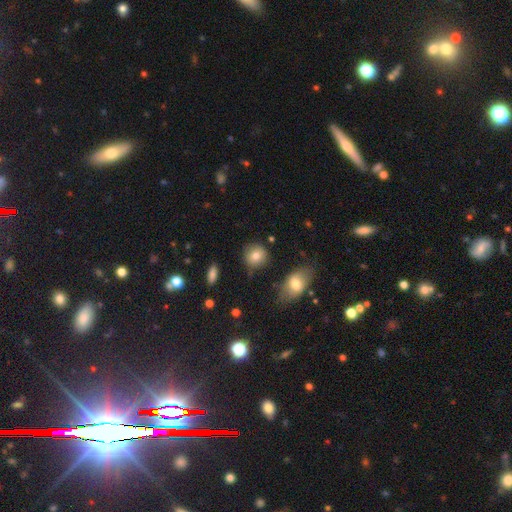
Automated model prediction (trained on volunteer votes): Smooth or featured? smooth (80%)
How rounded? round (87%)
Merging? none (80%)